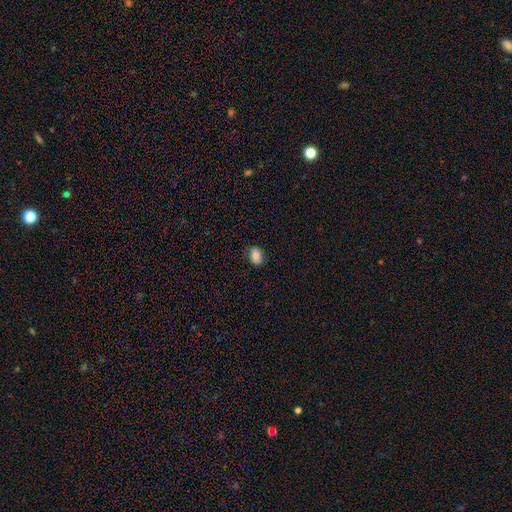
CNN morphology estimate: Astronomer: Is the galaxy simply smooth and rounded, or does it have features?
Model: smooth — 81%.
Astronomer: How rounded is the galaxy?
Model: in between — 72%.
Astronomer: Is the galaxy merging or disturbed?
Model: none — 86%.